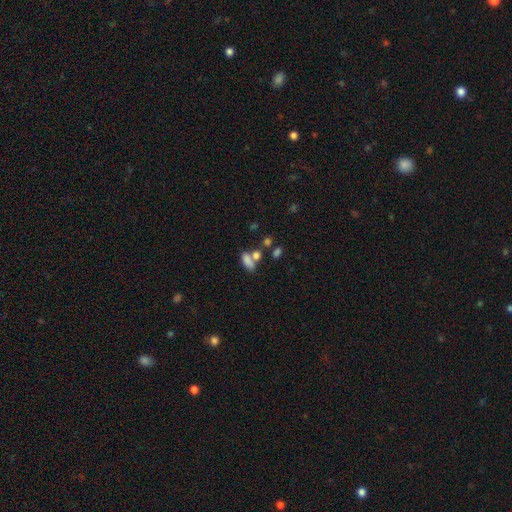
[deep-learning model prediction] smooth 76%, star or artifact 12%, featured or disk 12%. Down the decision tree: how rounded — in between (76%); merging — merger (41%).